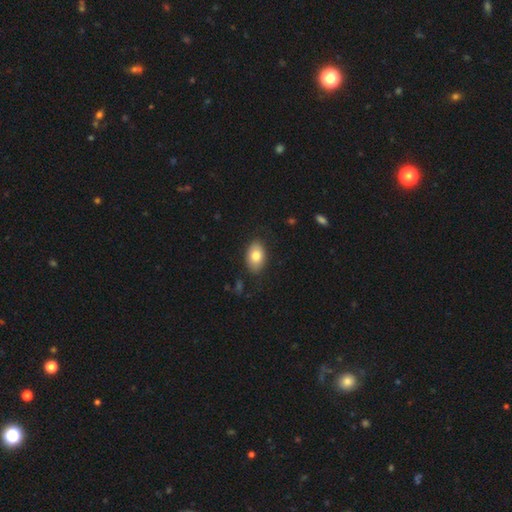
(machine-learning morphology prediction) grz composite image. It shows a smooth galaxy with no disk features (79%) that is in between round and cigar-shaped (88%). Merging: none (85%).